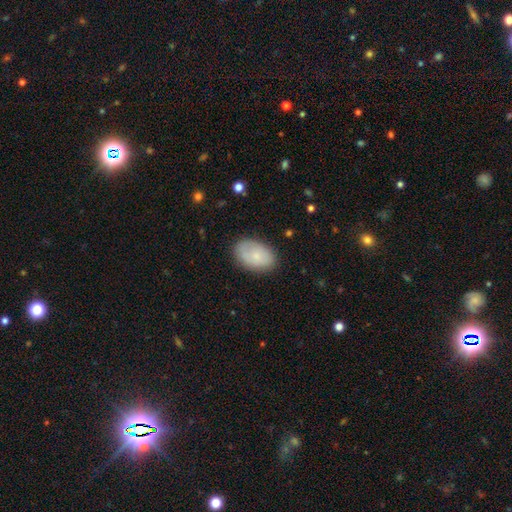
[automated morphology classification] type=smooth (72%); roundness=in between (90%); merging=none (78%).